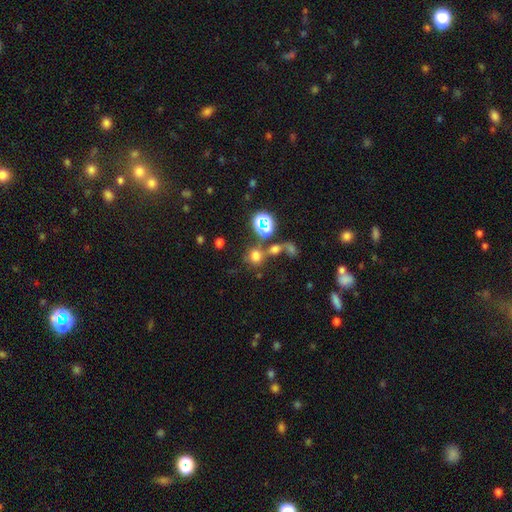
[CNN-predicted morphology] type=smooth (64%); roundness=round (79%); merging=none (51%).